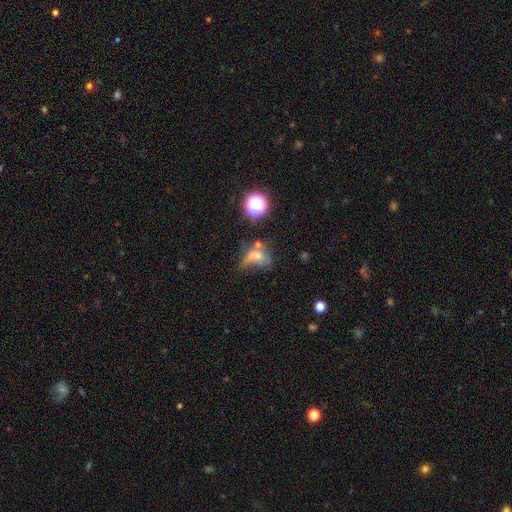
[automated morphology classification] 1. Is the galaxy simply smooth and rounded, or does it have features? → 51% smooth, 26% featured or disk, 22% star or artifact.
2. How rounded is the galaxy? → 65% in between, 30% round, 5% cigar-shaped.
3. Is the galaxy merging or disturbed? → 34% major disturbance, 24% merger, 22% none, 20% minor disturbance.